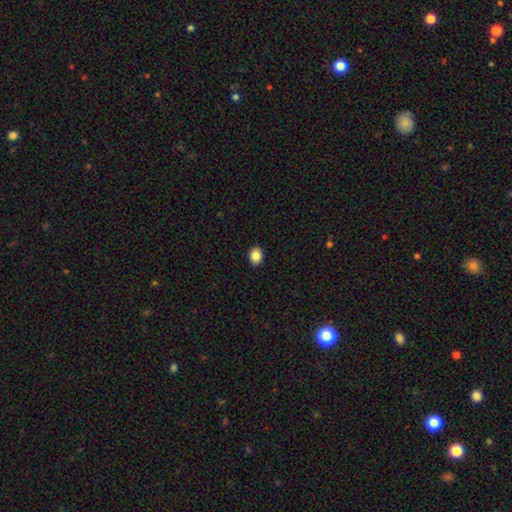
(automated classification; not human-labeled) smooth-or-featured: smooth: 87% | star or artifact: 9% | featured or disk: 5%
  how-rounded: in between: 54% | round: 45% | cigar-shaped: 1%
  merging: none: 92% | minor disturbance: 6% | major disturbance: 2% | merger: 1%